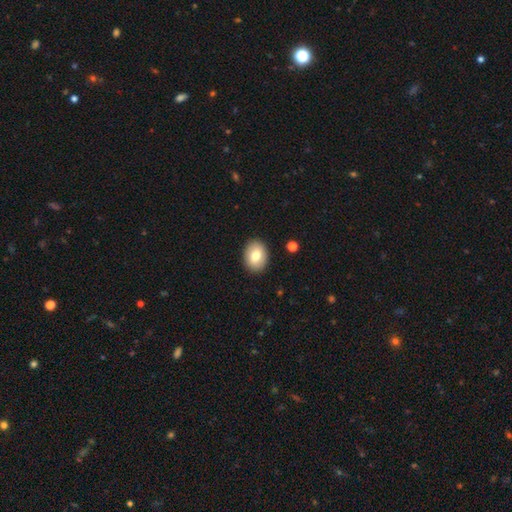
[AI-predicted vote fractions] A smooth galaxy with no disk features (77%) that is in between round and cigar-shaped (63%).

Vote fractions:
- Smooth or featured? smooth: 77% / featured or disk: 15% / star or artifact: 8%
- How rounded? in between: 63% / round: 36% / cigar-shaped: 1%
- Merging? none: 90% / minor disturbance: 7% / major disturbance: 2% / merger: 1%